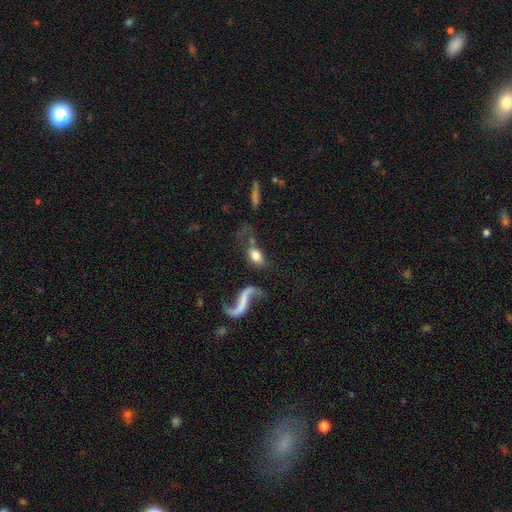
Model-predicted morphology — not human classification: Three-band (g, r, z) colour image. It shows a smooth galaxy with no disk features (59%) that is in between round and cigar-shaped (82%). Merging: none (38%).